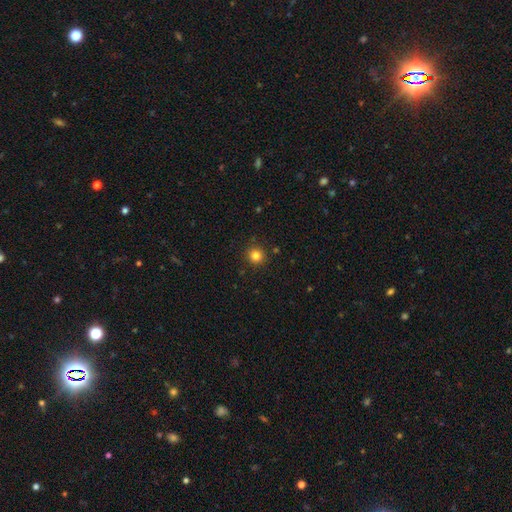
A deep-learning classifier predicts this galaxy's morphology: The model was most divided on "smooth or featured": smooth: 82%, star or artifact: 13%, featured or disk: 5%. More confident: how rounded — round (94%); merging — none (91%).